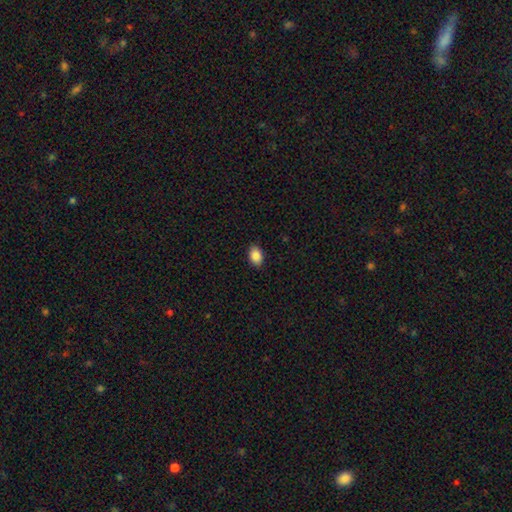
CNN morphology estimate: smooth-or-featured: smooth: 88% | star or artifact: 8% | featured or disk: 4%
  how-rounded: in between: 83% | round: 16% | cigar-shaped: 1%
  merging: none: 89% | minor disturbance: 8% | major disturbance: 2% | merger: 1%